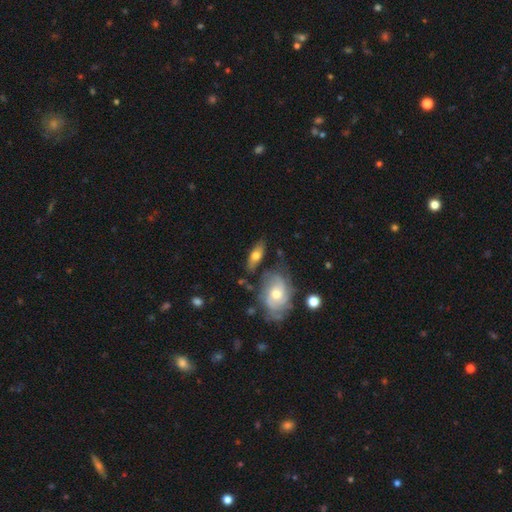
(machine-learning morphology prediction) type=smooth (57%); roundness=in between (76%); merging=none (66%).